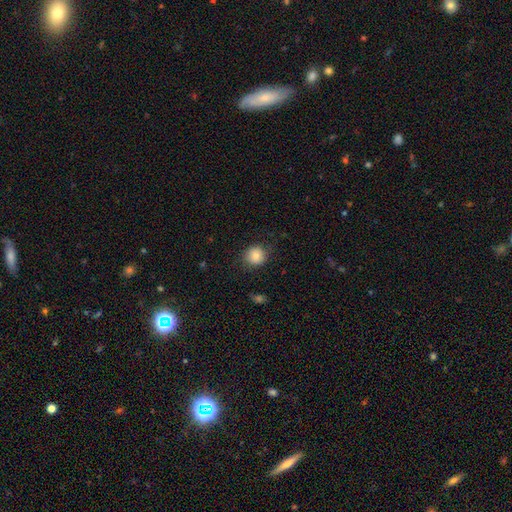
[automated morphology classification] A smooth galaxy with no disk features (81%) that is round (90%).

Vote fractions:
- Smooth or featured? smooth: 81% / star or artifact: 10% / featured or disk: 9%
- How rounded? round: 90% / in between: 10% / cigar-shaped: 1%
- Merging? none: 84% / minor disturbance: 11% / major disturbance: 3% / merger: 1%